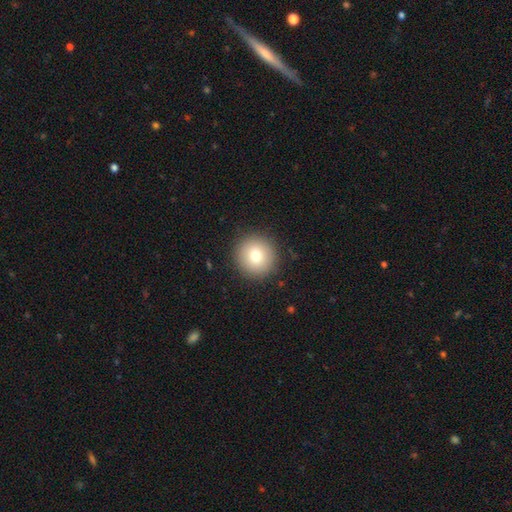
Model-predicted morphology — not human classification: Smooth or featured? Predicted: smooth (p=0.76). How rounded? Predicted: round (p=0.95). Merging? Predicted: none (p=0.91).